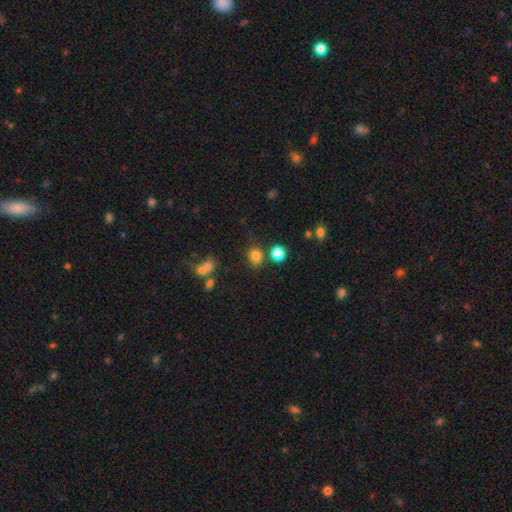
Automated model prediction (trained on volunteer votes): This is likely a smooth galaxy (78%). How rounded: likely round (66%). Merging: likely none (73%).